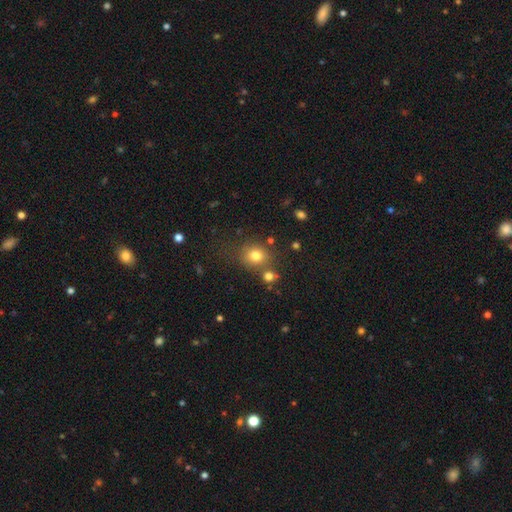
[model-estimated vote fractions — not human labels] smooth 77%, star or artifact 14%, featured or disk 8%. Down the decision tree: how rounded — round (78%); merging — none (68%).